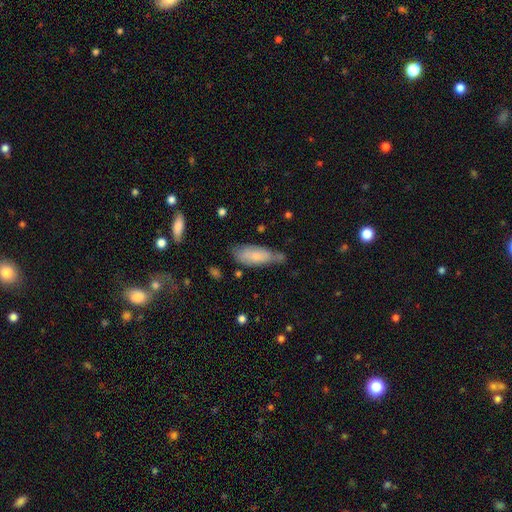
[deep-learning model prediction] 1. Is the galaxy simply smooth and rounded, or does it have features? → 73% smooth, 21% featured or disk, 7% star or artifact.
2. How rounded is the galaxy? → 73% in between, 25% cigar-shaped, 2% round.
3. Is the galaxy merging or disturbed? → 51% none, 33% minor disturbance, 8% merger, 8% major disturbance.